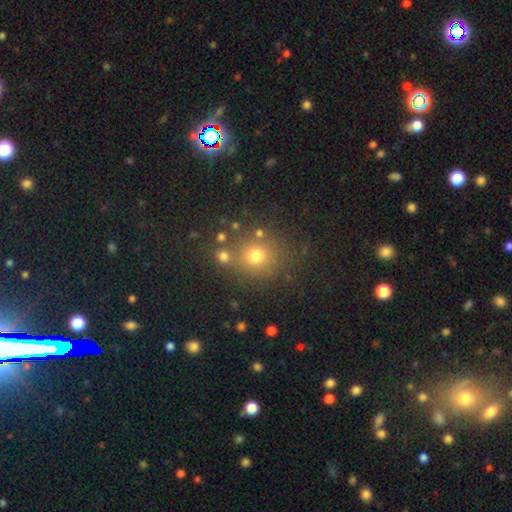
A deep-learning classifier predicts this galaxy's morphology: smooth_or_featured: smooth (p=0.70) [alt: star or artifact p=0.21]
how_rounded: round (p=0.89) [alt: in between p=0.11]
merging: none (p=0.76) [alt: merger p=0.10]